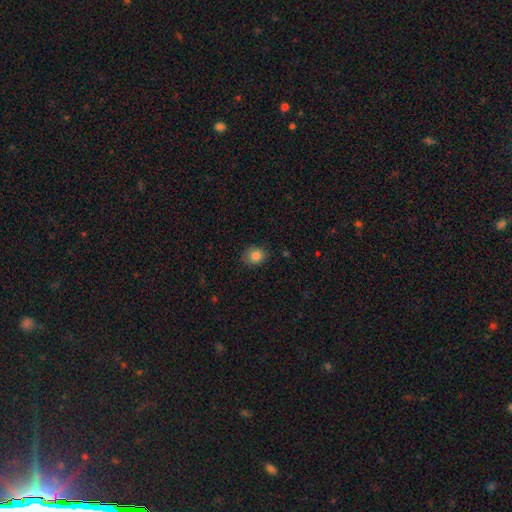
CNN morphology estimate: Smooth or featured? smooth (84%)
How rounded? round (61%)
Merging? none (83%)